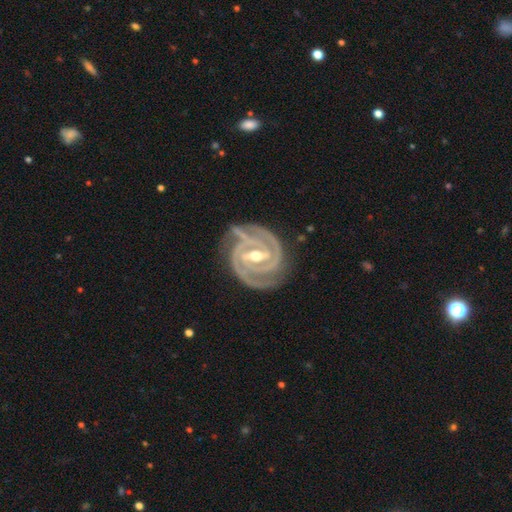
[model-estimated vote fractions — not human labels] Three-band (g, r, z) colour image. It shows a featured or disk galaxy (94%) with a strong bar (61%), 2 (42%) tight (77%) spiral arms (99%) and a moderate central bulge (60%). Merging: none (79%).